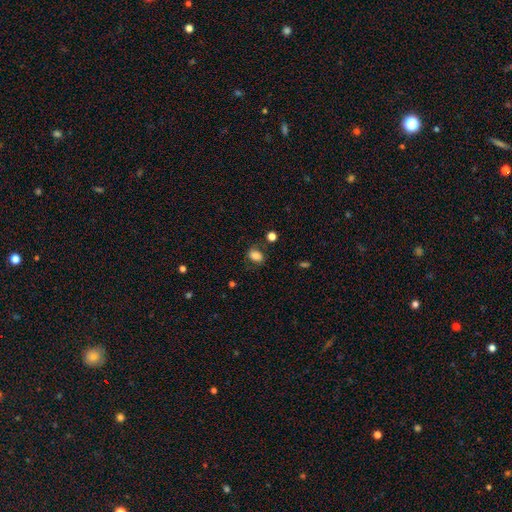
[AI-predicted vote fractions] A smooth galaxy with no disk features (82%) that is in between round and cigar-shaped (73%).

Vote fractions:
- Smooth or featured? smooth: 82% / star or artifact: 11% / featured or disk: 7%
- How rounded? in between: 73% / round: 26% / cigar-shaped: 2%
- Merging? none: 72% / minor disturbance: 18% / major disturbance: 6% / merger: 3%